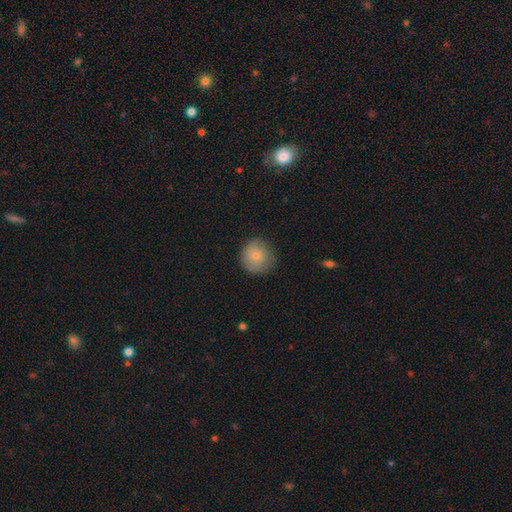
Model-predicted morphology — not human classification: A smooth galaxy with no disk features (78%) that is round (90%). Merging: none (77%).